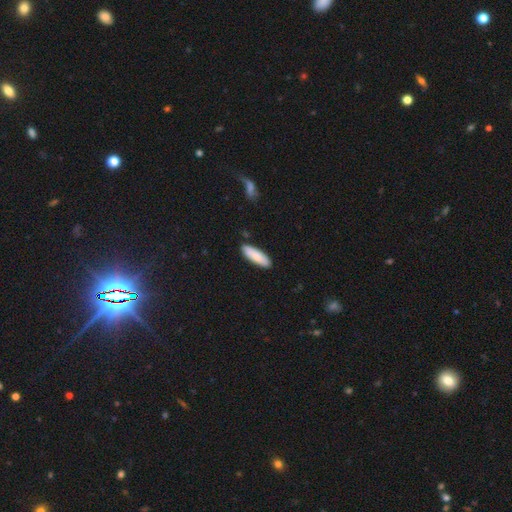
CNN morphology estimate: smooth_or_featured: smooth (p=0.84) [alt: featured or disk p=0.11]
how_rounded: in between (p=0.50) [alt: cigar-shaped p=0.49]
merging: none (p=0.85) [alt: minor disturbance p=0.11]